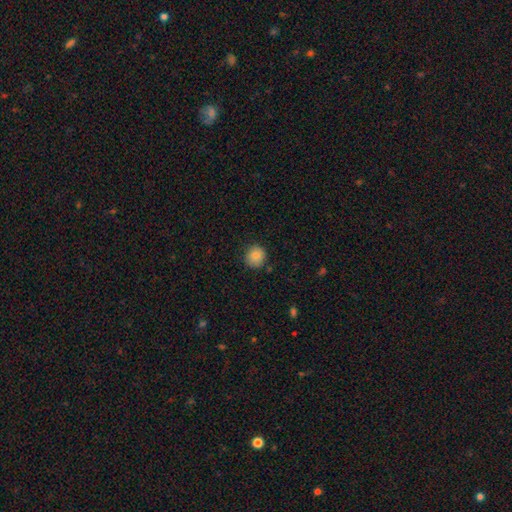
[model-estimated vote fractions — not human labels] smooth-or-featured: smooth: 86% | star or artifact: 9% | featured or disk: 5%
  how-rounded: round: 90% | in between: 9% | cigar-shaped: 1%
  merging: none: 85% | minor disturbance: 11% | major disturbance: 2% | merger: 2%